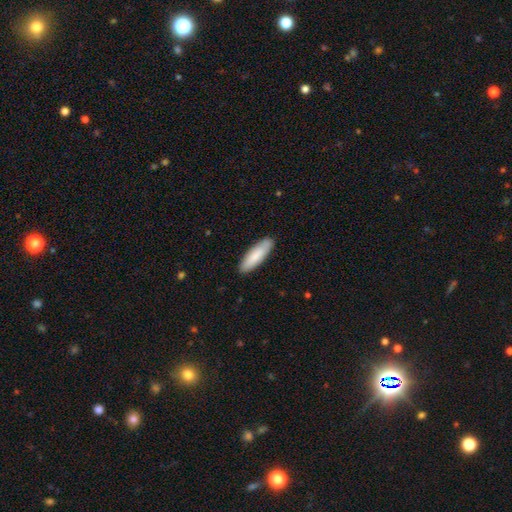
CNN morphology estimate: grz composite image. It shows a smooth galaxy with no disk features (85%) that is cigar-shaped (56%). Merging: none (87%).